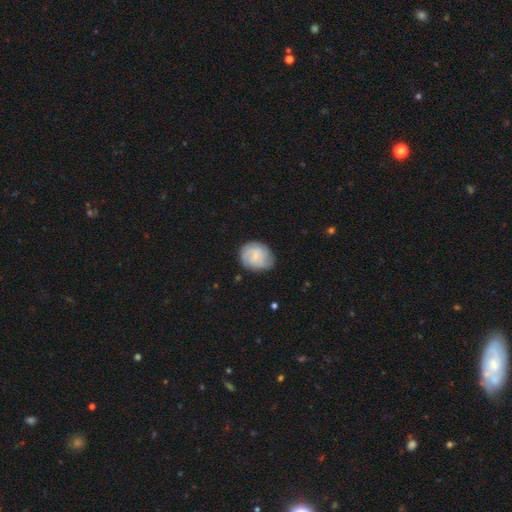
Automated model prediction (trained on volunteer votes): A featured or disk galaxy (53%) with no bar (52%), spiral arms (87%) and a small central bulge (65%).

Vote fractions:
- Smooth or featured? featured or disk: 53% / smooth: 40% / star or artifact: 7%
- Edge-on disk? no: 98% / yes: 2%
- Bar? no: 52% / weak: 42% / strong: 6%
- Spiral arms? yes: 87% / no: 13%
- Bulge size? small: 65% / none: 17% / moderate: 16% / large: 1% / dominant: 1%
- Merging? none: 74% / minor disturbance: 19% / major disturbance: 5% / merger: 1%